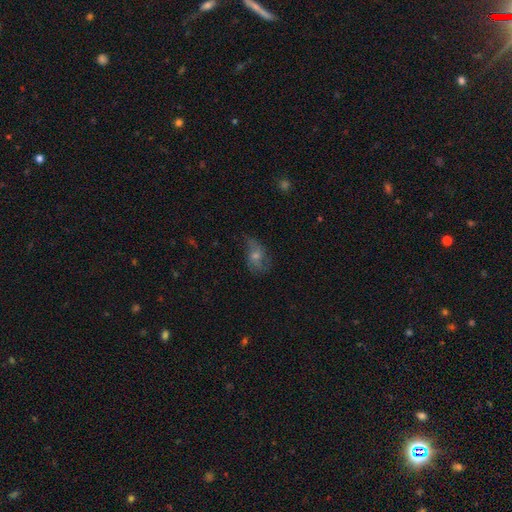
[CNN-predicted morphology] The model was most divided on "smooth or featured": featured or disk: 52%, smooth: 32%, star or artifact: 16%. More confident: edge-on disk — no (94%); merging — none (58%).